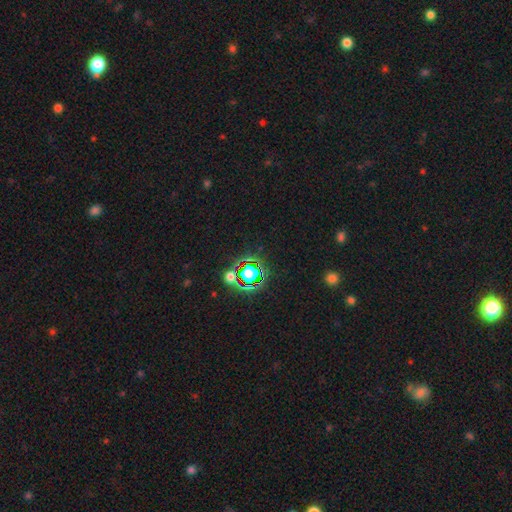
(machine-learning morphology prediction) Smooth or featured?
  - star or artifact: 78% *
  - smooth: 14%
  - featured or disk: 8%